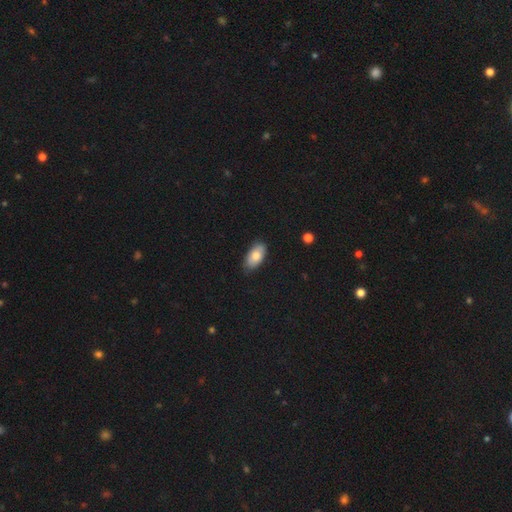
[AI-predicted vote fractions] A smooth galaxy with no disk features (78%) that is in between round and cigar-shaped (93%).

Vote fractions:
- Smooth or featured? smooth: 78% / featured or disk: 15% / star or artifact: 7%
- How rounded? in between: 93% / cigar-shaped: 4% / round: 3%
- Merging? none: 80% / minor disturbance: 16% / major disturbance: 2% / merger: 1%